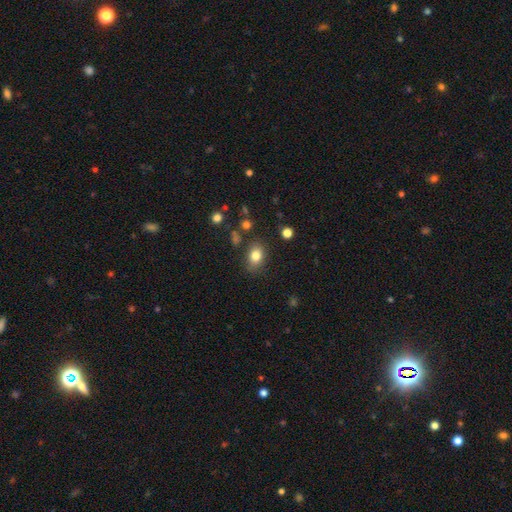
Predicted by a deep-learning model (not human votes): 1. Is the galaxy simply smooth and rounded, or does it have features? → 81% smooth, 10% star or artifact, 8% featured or disk.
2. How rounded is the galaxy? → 70% in between, 28% round, 1% cigar-shaped.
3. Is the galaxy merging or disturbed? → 81% none, 13% minor disturbance, 3% major disturbance, 3% merger.